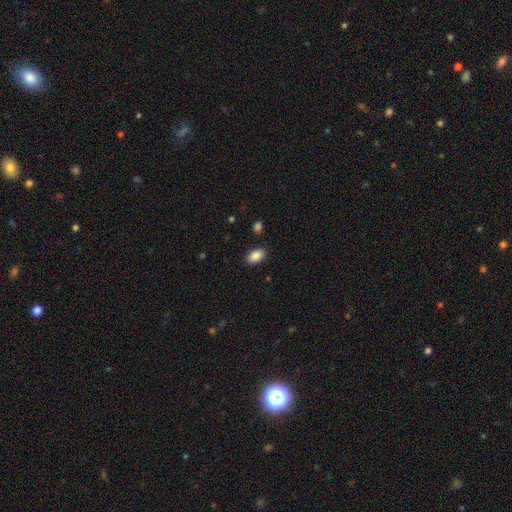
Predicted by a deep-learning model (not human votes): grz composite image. It shows a smooth galaxy with no disk features (88%) that is in between round and cigar-shaped (92%). Merging: none (87%).